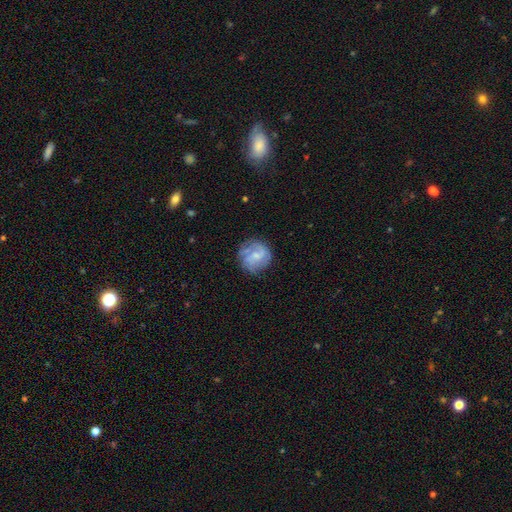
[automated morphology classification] This is possibly a featured or disk galaxy (56%). It is clearly not viewed edge-on (98%). Bar: possibly no (49%). Spiral arm pattern: clearly yes (80%). Central bulge: possibly small (49%). Merging: likely none (72%).